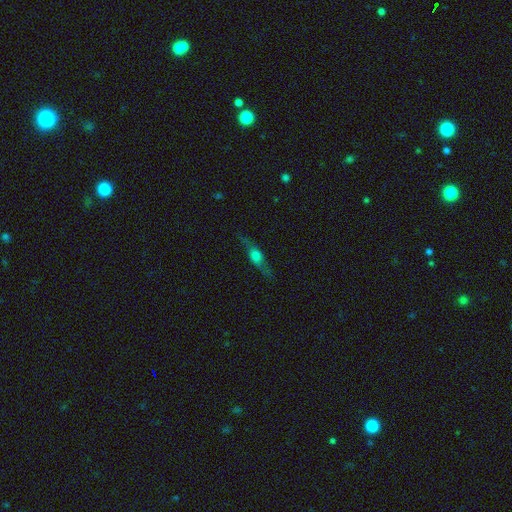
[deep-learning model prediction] Smooth or featured? Predicted: featured or disk (p=0.61). Edge-on disk? Predicted: yes (p=0.86). Edge-on bulge? Predicted: rounded (p=0.86). Merging? Predicted: none (p=0.77).